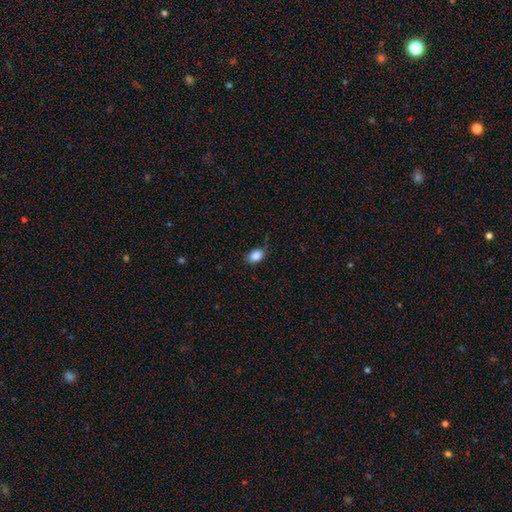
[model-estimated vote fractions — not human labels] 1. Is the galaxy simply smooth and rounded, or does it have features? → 86% smooth, 9% star or artifact, 5% featured or disk.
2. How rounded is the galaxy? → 75% in between, 24% round, 1% cigar-shaped.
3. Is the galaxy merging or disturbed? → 75% none, 20% minor disturbance, 4% major disturbance, 2% merger.